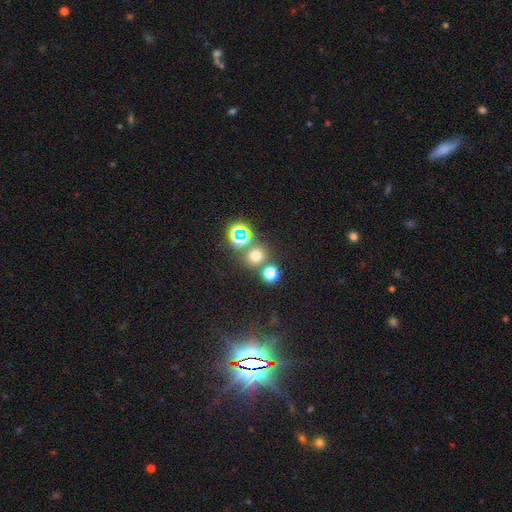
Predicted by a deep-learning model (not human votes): Overall: smooth (63%; star or artifact 30%). How rounded: round (85%). Merging: none (73%).